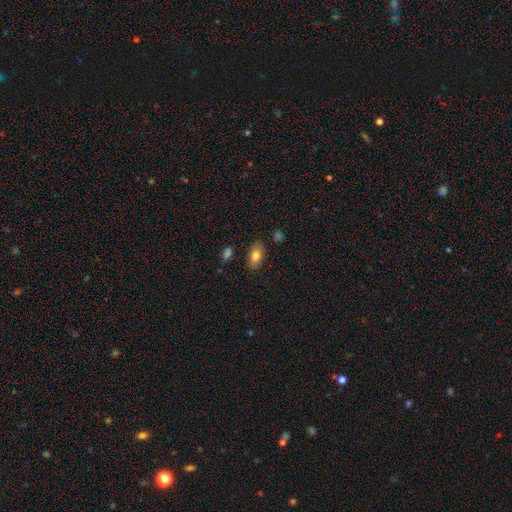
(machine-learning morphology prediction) Q: Smooth or featured?
A: smooth (80%); runner-up: featured or disk (12%)
Q: How rounded?
A: in between (89%); runner-up: round (7%)
Q: Merging?
A: none (83%); runner-up: minor disturbance (12%)